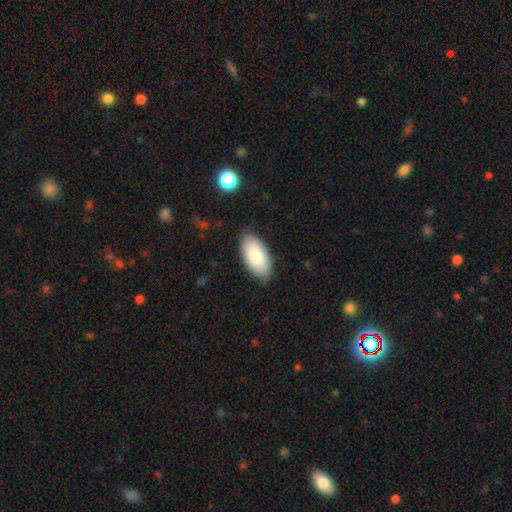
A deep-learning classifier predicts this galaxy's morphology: A smooth galaxy with no disk features (85%) that is in between round and cigar-shaped (95%). Merging: none (84%).